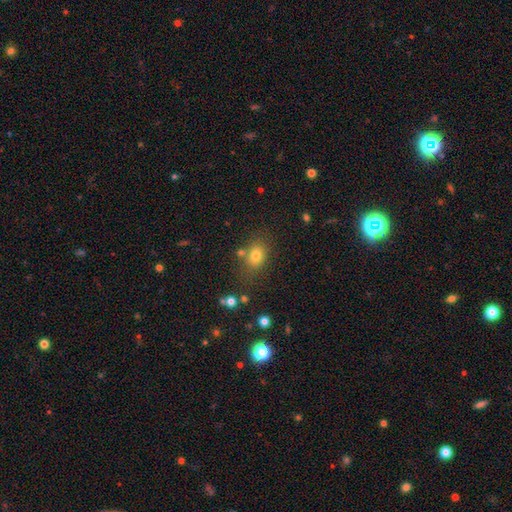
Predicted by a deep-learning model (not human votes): smooth 76%, star or artifact 14%, featured or disk 10%. Down the decision tree: how rounded — in between (62%); merging — none (71%).